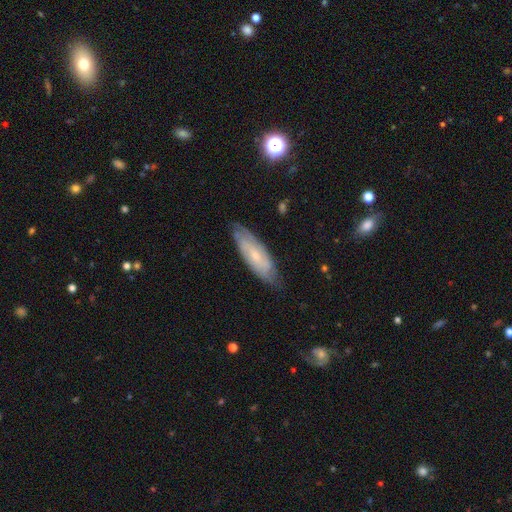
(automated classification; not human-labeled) This is likely a featured or disk galaxy (61%). It is likely not viewed edge-on (77%). Merging: likely none (76%).